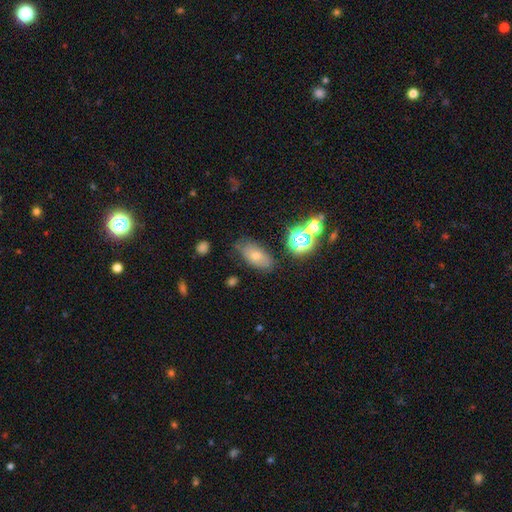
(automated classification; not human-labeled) Smooth or featured: smooth — 64% (featured or disk — 21%)
How rounded: in between — 85% (round — 9%)
Merging: none — 73% (minor disturbance — 18%)